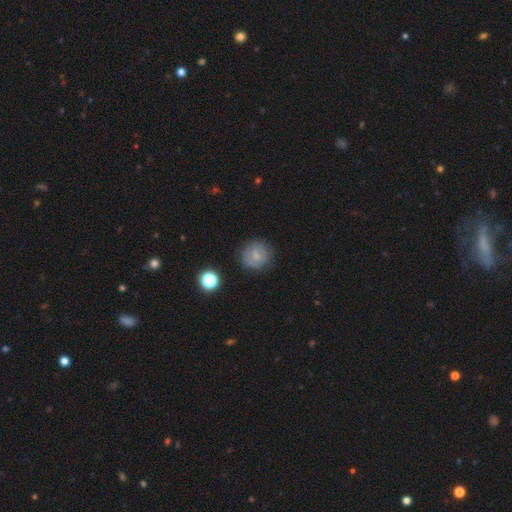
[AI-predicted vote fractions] Smooth or featured?
  - smooth: 66% *
  - featured or disk: 23%
  - star or artifact: 10%
How rounded?
  - round: 89% *
  - in between: 10%
  - cigar-shaped: 1%
Merging?
  - none: 79% *
  - minor disturbance: 15%
  - major disturbance: 5%
  - merger: 2%